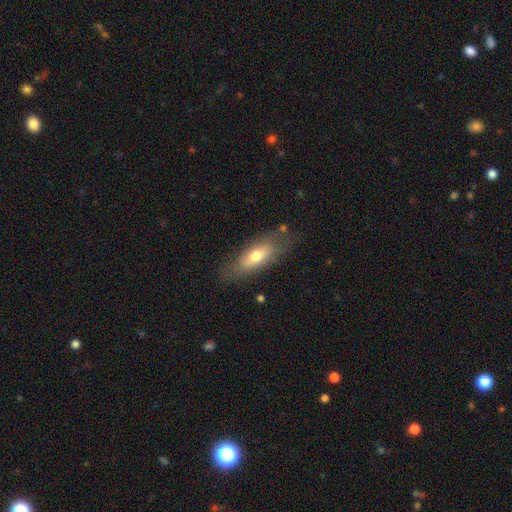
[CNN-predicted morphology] smooth 64%, featured or disk 29%, star or artifact 7%. Down the decision tree: how rounded — in between (66%); merging — none (75%).